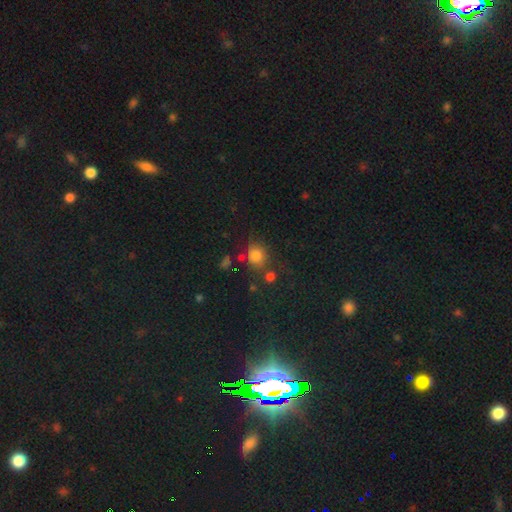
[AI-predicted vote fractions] Smooth or featured? Predicted: smooth (p=0.77). How rounded? Predicted: round (p=0.71). Merging? Predicted: none (p=0.66).